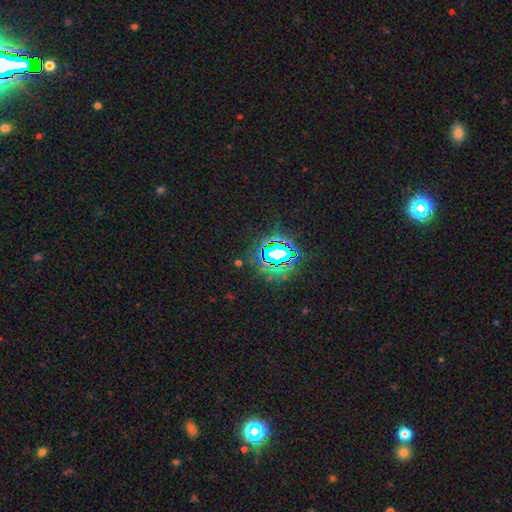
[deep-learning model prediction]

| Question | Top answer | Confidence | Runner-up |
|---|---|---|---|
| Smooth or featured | star or artifact | 82% | smooth (11%) |